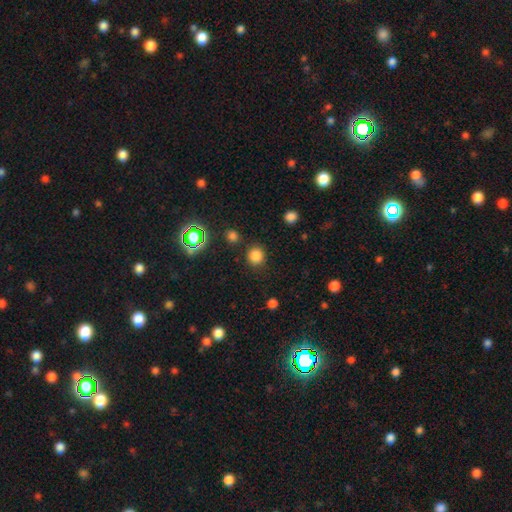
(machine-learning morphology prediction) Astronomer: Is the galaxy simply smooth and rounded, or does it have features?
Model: smooth — 80%.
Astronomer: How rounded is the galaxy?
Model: round — 89%.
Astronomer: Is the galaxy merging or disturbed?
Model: none — 86%.